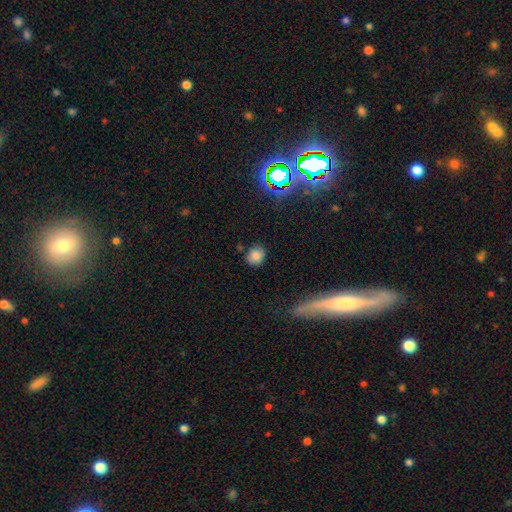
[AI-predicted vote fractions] This is likely a smooth galaxy (80%). How rounded: likely round (71%). Merging: likely none (78%).